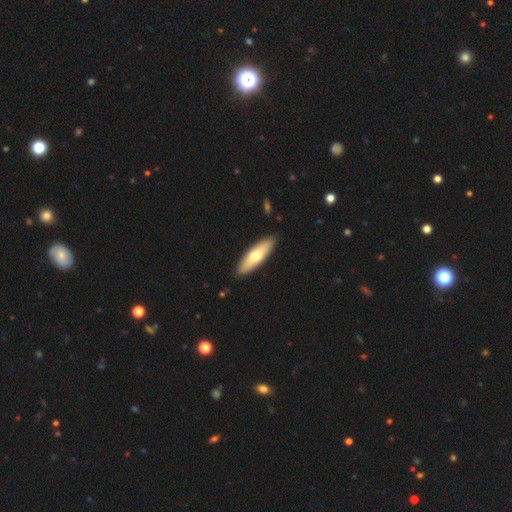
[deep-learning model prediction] Smooth or featured: smooth — 63% (featured or disk — 33%)
How rounded: cigar-shaped — 49% (tied with in between — 49%)
Merging: none — 90% (minor disturbance — 7%)